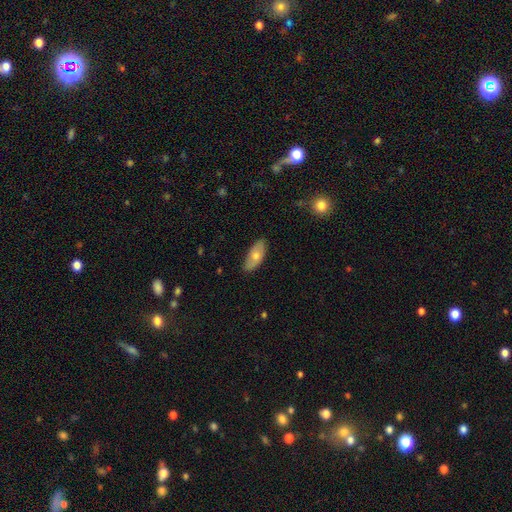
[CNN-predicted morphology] This is possibly a smooth galaxy (59%). How rounded: clearly in between (86%). Merging: clearly none (83%).